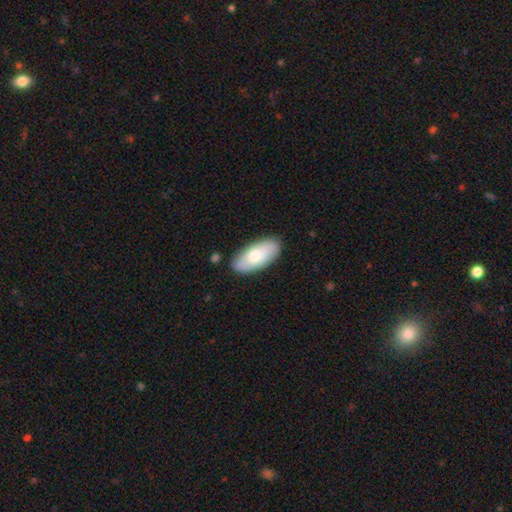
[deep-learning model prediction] This appears to be a smooth galaxy with no disk features (73%) that is in between round and cigar-shaped (91%). Merging: none (84%).